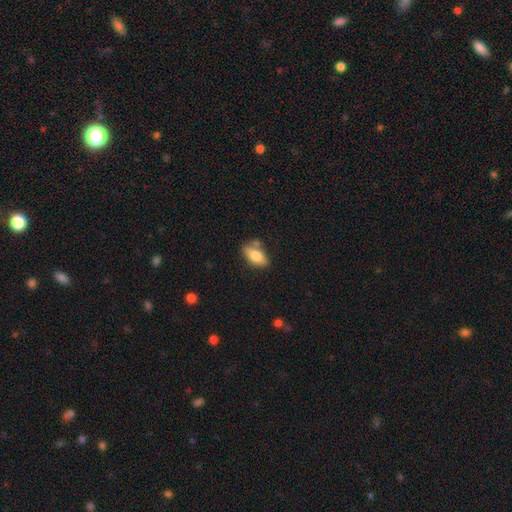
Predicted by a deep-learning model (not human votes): Smooth or featured? smooth (74%)
How rounded? in between (85%)
Merging? none (67%)